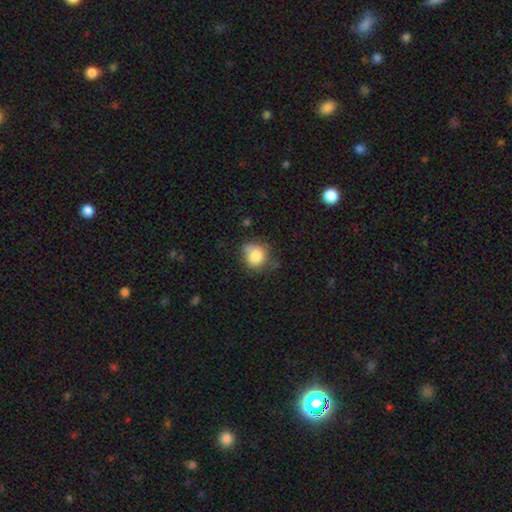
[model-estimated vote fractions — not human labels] Smooth or featured? Predicted: smooth (p=0.82). How rounded? Predicted: round (p=0.81). Merging? Predicted: none (p=0.58).